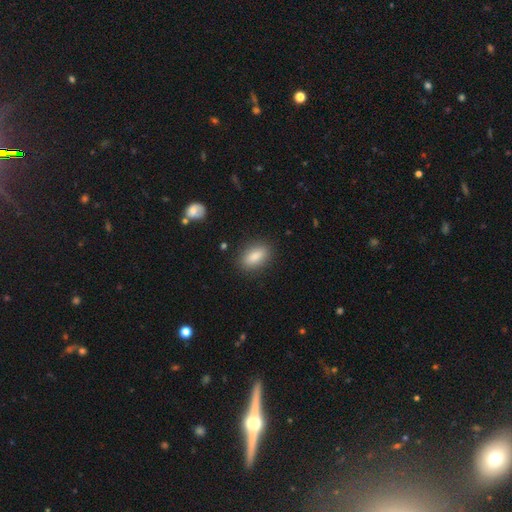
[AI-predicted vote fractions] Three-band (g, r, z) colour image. It shows a smooth galaxy with no disk features (85%) that is in between round and cigar-shaped (86%). Merging: none (87%).